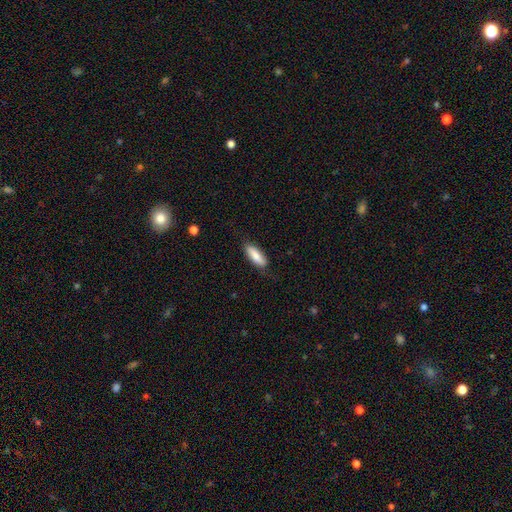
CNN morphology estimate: Smooth or featured? smooth (80%)
How rounded? in between (64%)
Merging? none (76%)